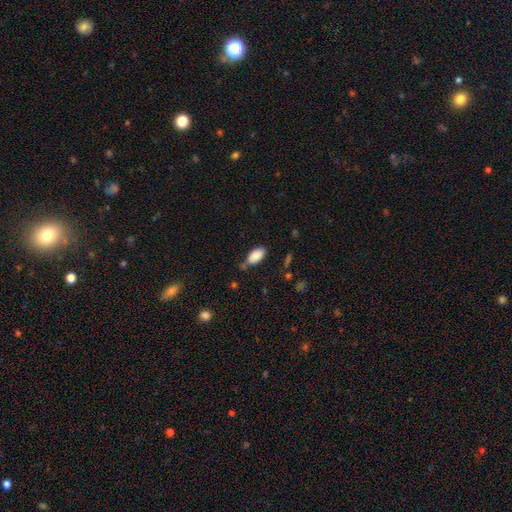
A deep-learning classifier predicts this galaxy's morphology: A smooth galaxy with no disk features (87%) that is in between round and cigar-shaped (94%). Merging: none (69%).